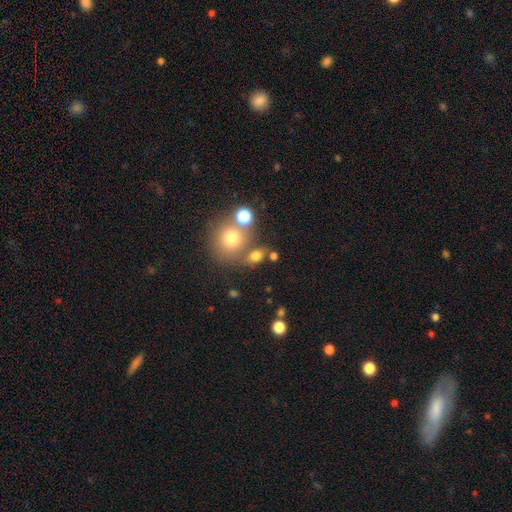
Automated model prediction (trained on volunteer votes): A smooth galaxy with no disk features (73%) that is in between round and cigar-shaped (50%). Merging: none (61%).